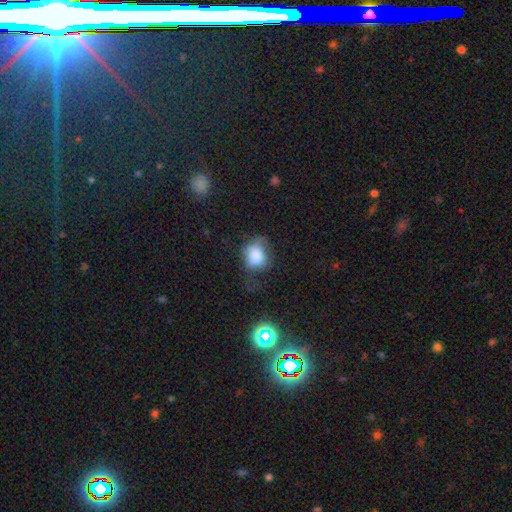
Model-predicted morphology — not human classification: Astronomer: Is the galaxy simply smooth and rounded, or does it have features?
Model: smooth — 77%.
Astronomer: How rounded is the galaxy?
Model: round — 51% (runner-up: in between, 48%).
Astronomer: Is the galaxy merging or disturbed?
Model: none — 38% (runner-up: minor disturbance, 33%).